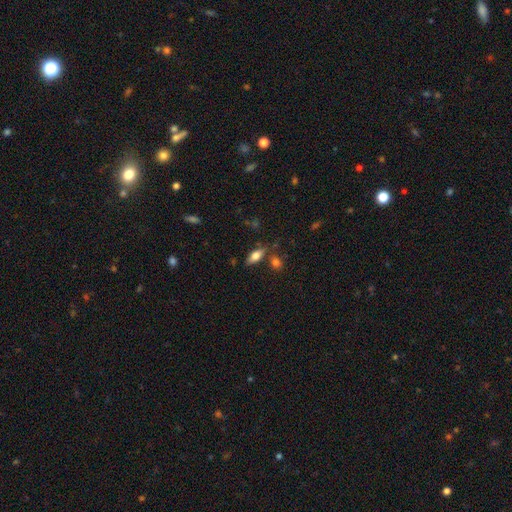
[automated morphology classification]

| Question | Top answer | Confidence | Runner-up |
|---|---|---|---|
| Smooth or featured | smooth | 74% | featured or disk (18%) |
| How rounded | in between | 81% | cigar-shaped (15%) |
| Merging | none | 74% | minor disturbance (14%) |